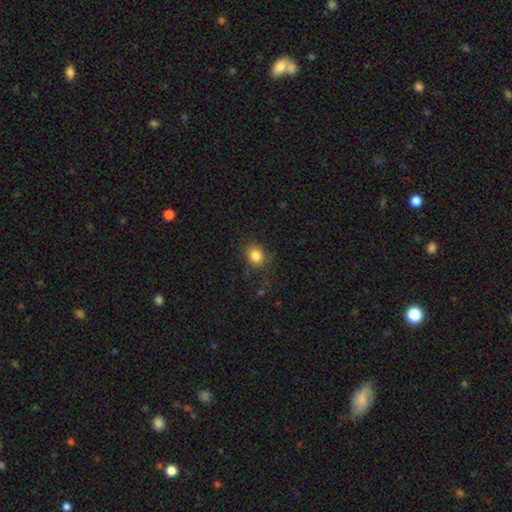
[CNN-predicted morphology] Smooth or featured?
  - smooth: 83% *
  - star or artifact: 11%
  - featured or disk: 6%
How rounded?
  - round: 69% *
  - in between: 30%
  - cigar-shaped: 1%
Merging?
  - none: 79% *
  - minor disturbance: 15%
  - major disturbance: 5%
  - merger: 2%